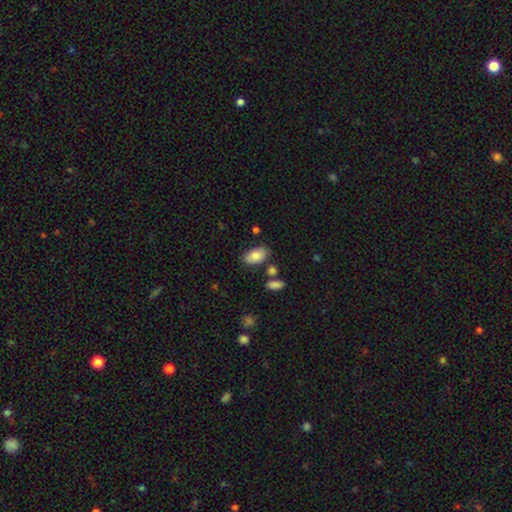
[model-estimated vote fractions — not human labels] Overall: smooth (81%). How rounded: in between (93%). Merging: none (72%).